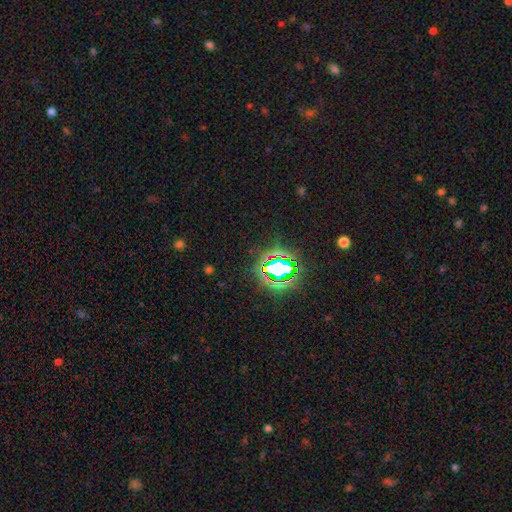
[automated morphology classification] star or artifact 81%, smooth 13%, featured or disk 6%.